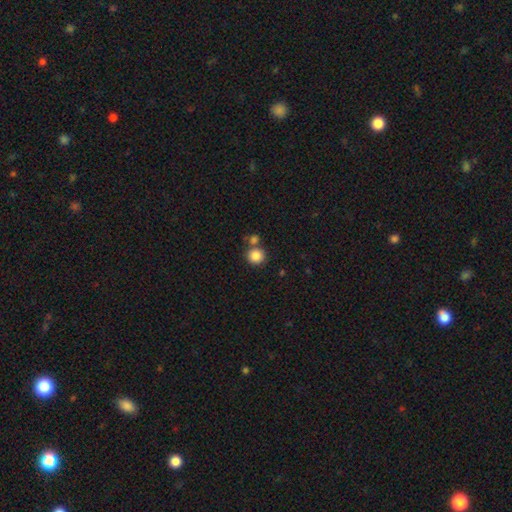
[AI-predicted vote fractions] smooth-or-featured: smooth: 86% | star or artifact: 10% | featured or disk: 5%
  how-rounded: round: 91% | in between: 8% | cigar-shaped: 1%
  merging: none: 67% | merger: 22% | minor disturbance: 8% | major disturbance: 3%